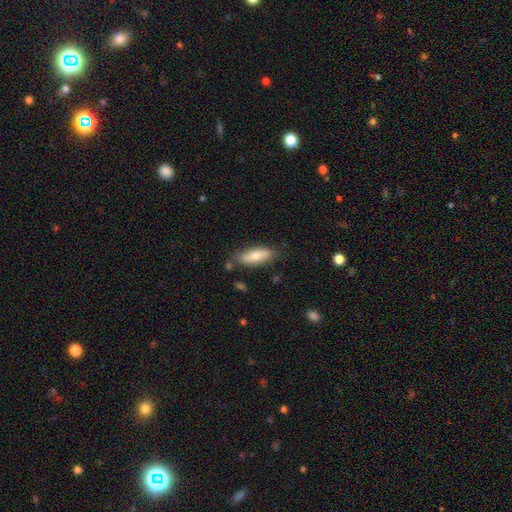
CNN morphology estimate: type=smooth (71%); roundness=in between (64%); merging=none (75%).